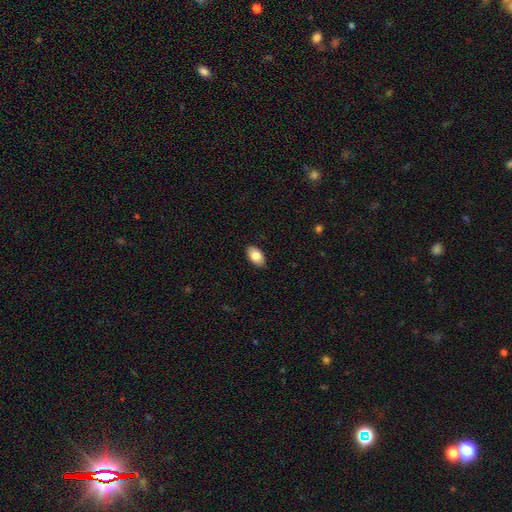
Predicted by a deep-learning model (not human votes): This appears to be a smooth galaxy with no disk features (84%) that is in between round and cigar-shaped (93%). Merging: none (88%).